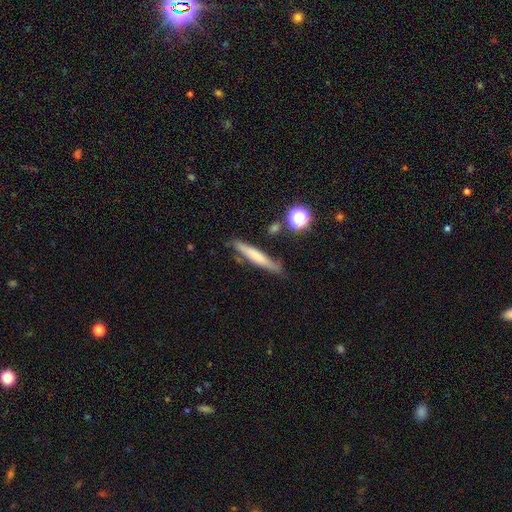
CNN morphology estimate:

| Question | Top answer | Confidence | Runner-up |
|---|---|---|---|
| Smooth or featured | smooth | 59% | featured or disk (33%) |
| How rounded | cigar-shaped | 92% | in between (6%) |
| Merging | none | 77% | minor disturbance (15%) |